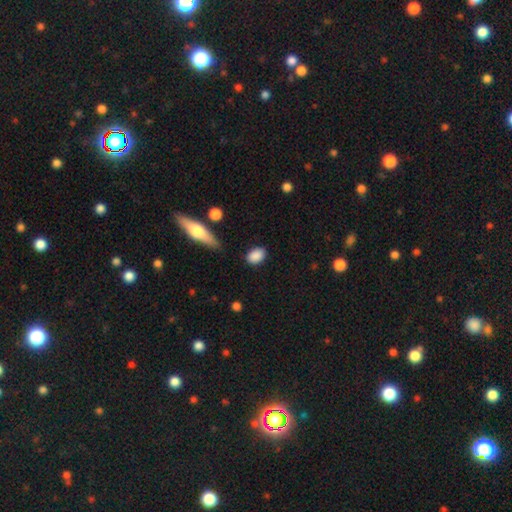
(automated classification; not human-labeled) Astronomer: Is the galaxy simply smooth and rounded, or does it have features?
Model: smooth — 88%.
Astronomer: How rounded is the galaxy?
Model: in between — 81%.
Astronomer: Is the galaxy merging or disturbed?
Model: none — 82%.